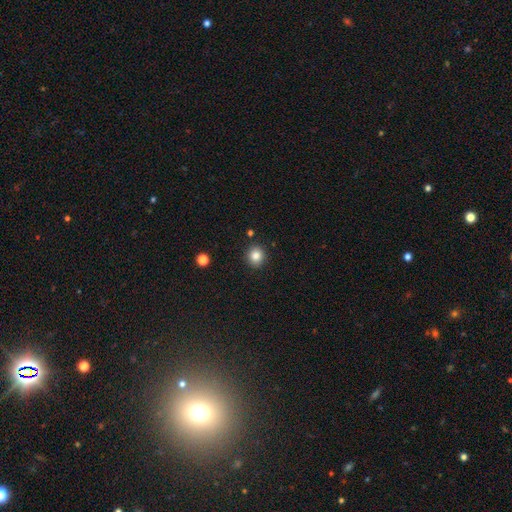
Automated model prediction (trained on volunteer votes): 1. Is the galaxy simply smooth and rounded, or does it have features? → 84% smooth, 11% star or artifact, 5% featured or disk.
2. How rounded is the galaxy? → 88% round, 11% in between, 1% cigar-shaped.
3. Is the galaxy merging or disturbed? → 91% none, 6% minor disturbance, 2% merger, 2% major disturbance.